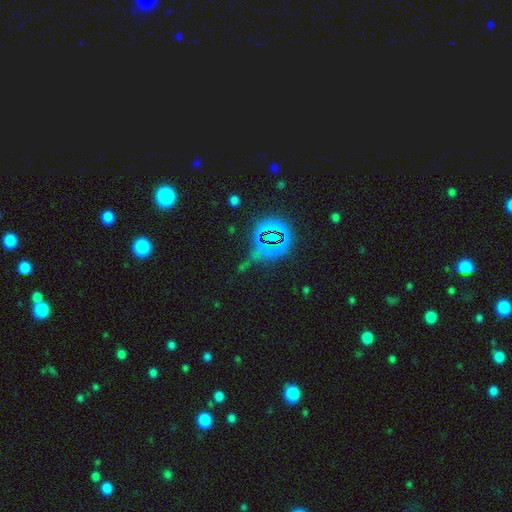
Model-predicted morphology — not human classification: A star or artifact, not a galaxy (78%).

Vote fractions:
- Smooth or featured? star or artifact: 78% / smooth: 13% / featured or disk: 9%